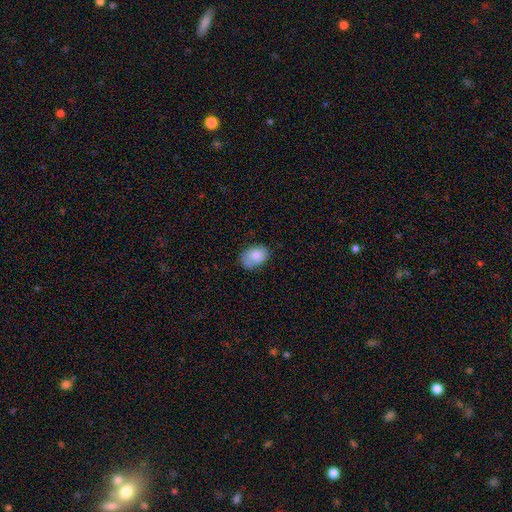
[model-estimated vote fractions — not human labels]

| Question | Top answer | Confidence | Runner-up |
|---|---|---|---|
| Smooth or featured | smooth | 78% | featured or disk (15%) |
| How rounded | in between | 74% | round (25%) |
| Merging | none | 54% | minor disturbance (28%) |